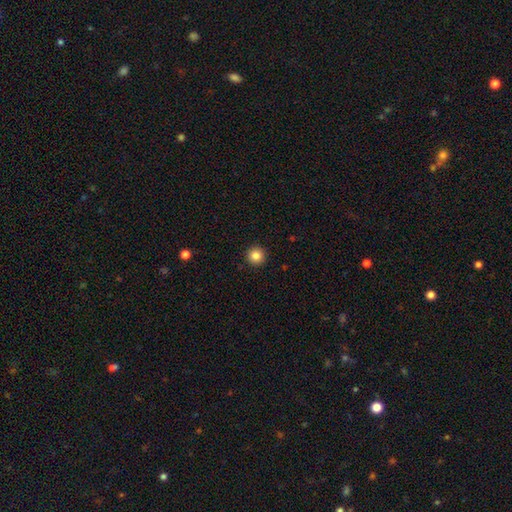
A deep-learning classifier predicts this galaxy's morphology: Smooth or featured? smooth (85%)
How rounded? round (96%)
Merging? none (93%)